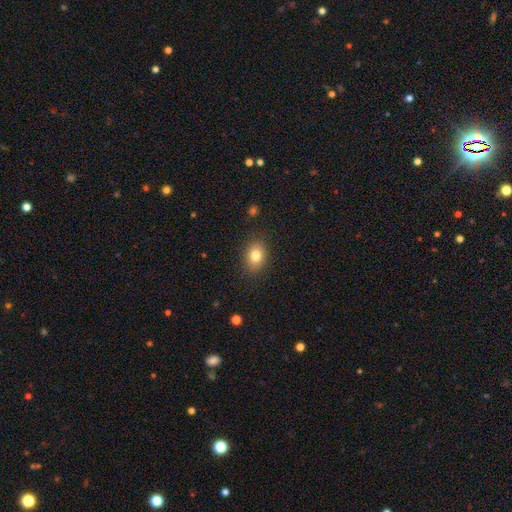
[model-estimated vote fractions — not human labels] A smooth galaxy with no disk features (81%) that is in between round and cigar-shaped (68%).

Vote fractions:
- Smooth or featured? smooth: 81% / star or artifact: 10% / featured or disk: 9%
- How rounded? in between: 68% / round: 30% / cigar-shaped: 1%
- Merging? none: 87% / minor disturbance: 10% / major disturbance: 3% / merger: 1%